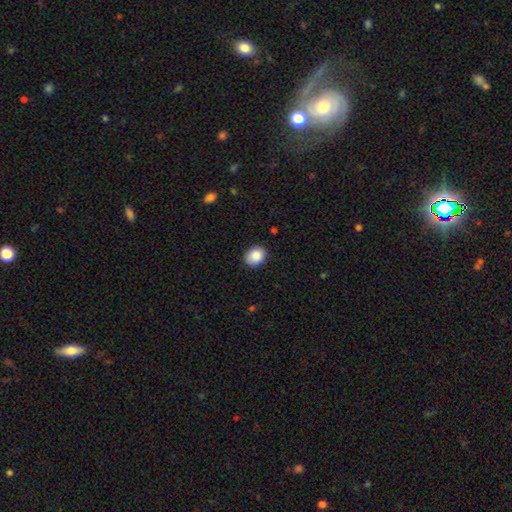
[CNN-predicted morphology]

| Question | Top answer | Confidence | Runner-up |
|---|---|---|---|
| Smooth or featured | smooth | 89% | star or artifact (8%) |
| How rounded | in between | 52% | round (48%) |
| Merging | none | 87% | minor disturbance (10%) |